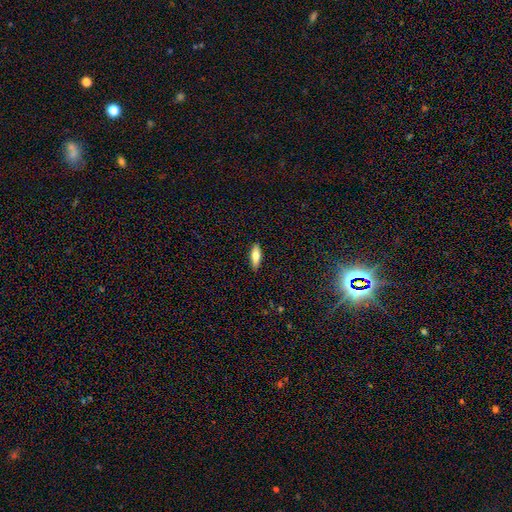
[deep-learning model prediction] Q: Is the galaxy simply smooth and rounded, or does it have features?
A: smooth — 71%.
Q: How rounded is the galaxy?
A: in between — 60%.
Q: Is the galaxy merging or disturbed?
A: none — 90%.